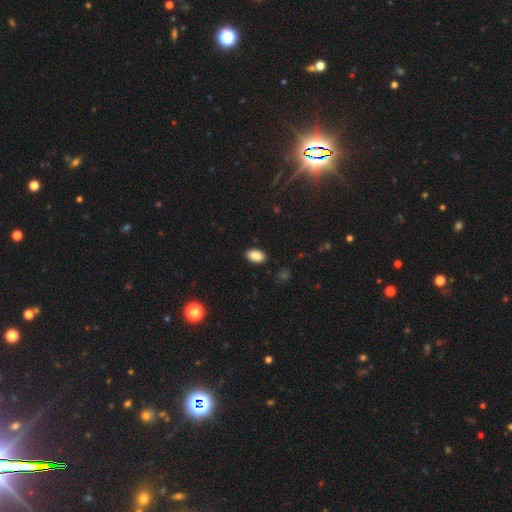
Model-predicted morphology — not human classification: Q: Smooth or featured?
A: smooth (88%); runner-up: star or artifact (8%)
Q: How rounded?
A: in between (91%); runner-up: round (7%)
Q: Merging?
A: none (89%); runner-up: minor disturbance (8%)